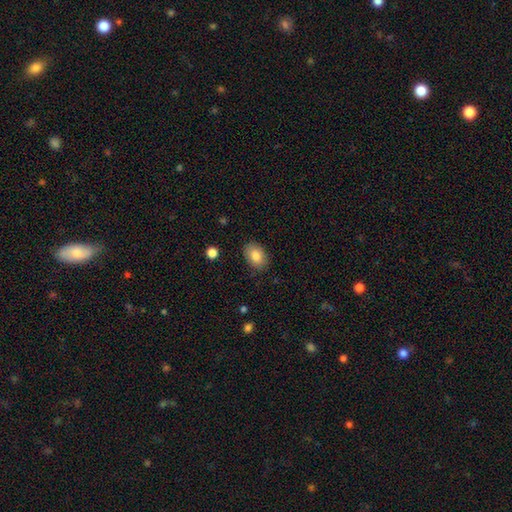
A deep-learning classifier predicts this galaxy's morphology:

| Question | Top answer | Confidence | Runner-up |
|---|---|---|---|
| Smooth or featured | smooth | 86% | star or artifact (7%) |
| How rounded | in between | 82% | round (17%) |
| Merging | none | 84% | minor disturbance (12%) |